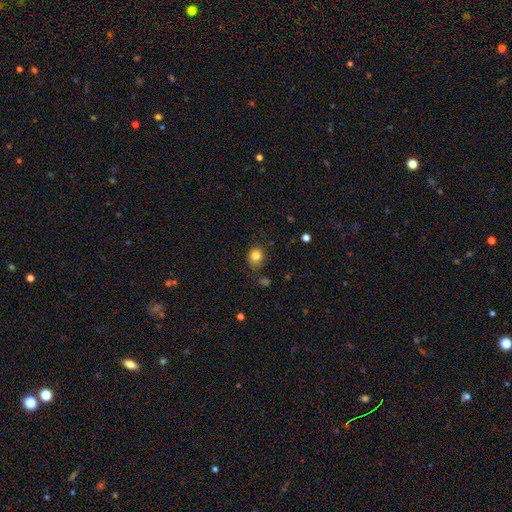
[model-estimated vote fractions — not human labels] Q: Smooth or featured?
A: smooth (83%); runner-up: star or artifact (11%)
Q: How rounded?
A: round (74%); runner-up: in between (25%)
Q: Merging?
A: none (72%); runner-up: minor disturbance (19%)